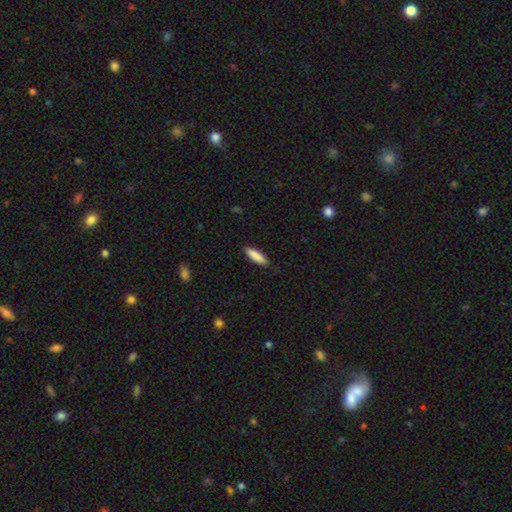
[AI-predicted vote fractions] Q: Smooth or featured?
A: smooth (87%); runner-up: featured or disk (7%)
Q: How rounded?
A: cigar-shaped (66%); runner-up: in between (32%)
Q: Merging?
A: none (88%); runner-up: minor disturbance (9%)